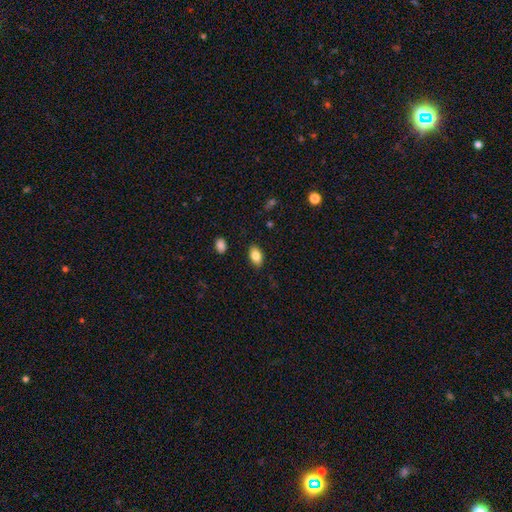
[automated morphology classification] A smooth galaxy with no disk features (84%) that is in between round and cigar-shaped (89%). Merging: none (87%).